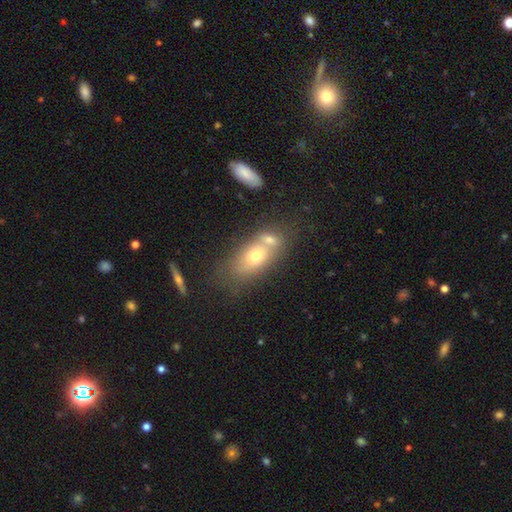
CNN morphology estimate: smooth 63%, featured or disk 26%, star or artifact 11%. Down the decision tree: how rounded — in between (74%); merging — merger (49%).